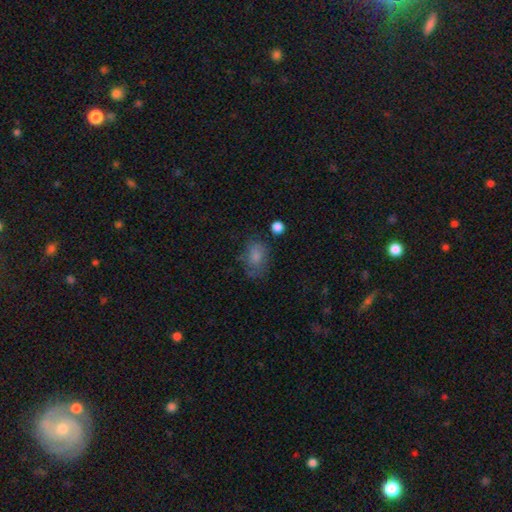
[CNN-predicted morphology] This is likely a smooth galaxy (72%). How rounded: likely in between (74%). Merging: possibly none (54%).